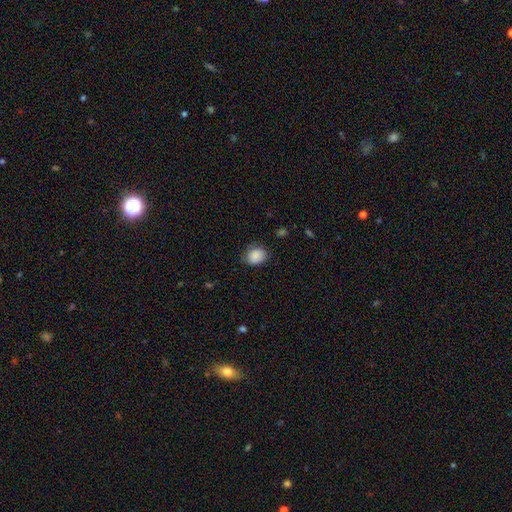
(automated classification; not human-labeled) Smooth or featured? smooth (87%)
How rounded? round (55%)
Merging? none (74%)